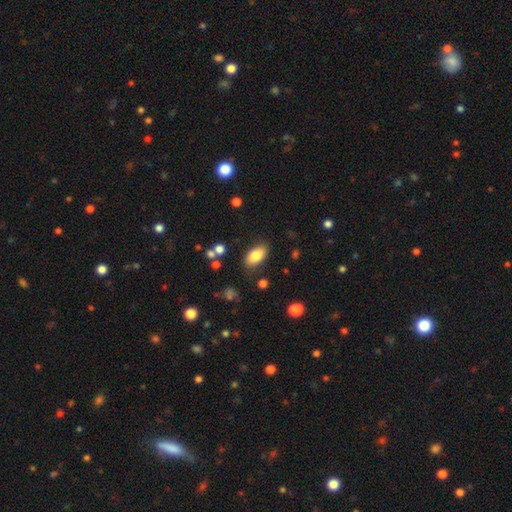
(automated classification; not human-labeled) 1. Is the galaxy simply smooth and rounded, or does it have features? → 82% smooth, 10% featured or disk, 8% star or artifact.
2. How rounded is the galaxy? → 92% in between, 4% round, 4% cigar-shaped.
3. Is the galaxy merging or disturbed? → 82% none, 12% minor disturbance, 3% major disturbance, 3% merger.